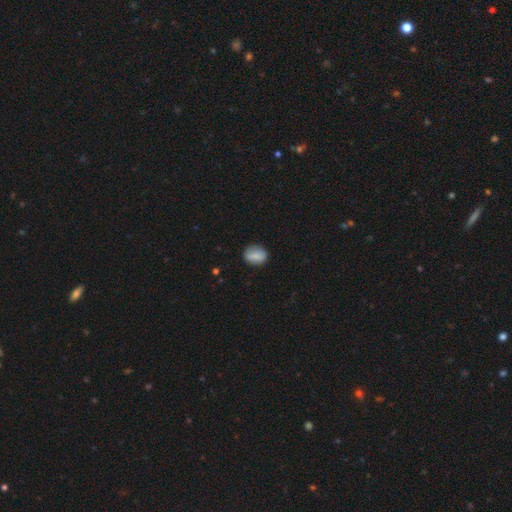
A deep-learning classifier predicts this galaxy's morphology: The model was most divided on "how rounded": in between: 60%, round: 38%, cigar-shaped: 2%. More confident: merging — none (82%); smooth or featured — smooth (78%).